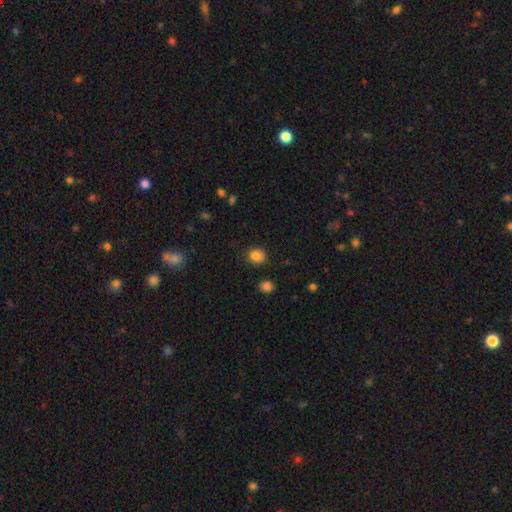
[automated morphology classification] Smooth or featured: smooth — 83% (star or artifact — 11%)
How rounded: round — 77% (in between — 22%)
Merging: none — 78% (minor disturbance — 16%)